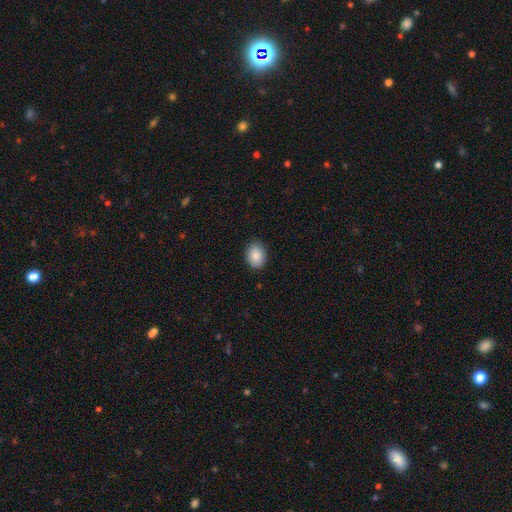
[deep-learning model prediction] Smooth or featured?
  - smooth: 88% *
  - star or artifact: 8%
  - featured or disk: 5%
How rounded?
  - in between: 60% *
  - round: 39%
  - cigar-shaped: 1%
Merging?
  - none: 86% *
  - minor disturbance: 10%
  - major disturbance: 2%
  - merger: 1%